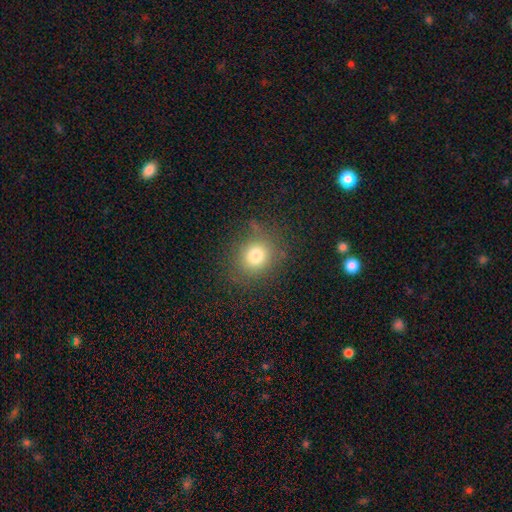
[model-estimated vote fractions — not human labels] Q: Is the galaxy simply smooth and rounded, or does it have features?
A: smooth — 77%.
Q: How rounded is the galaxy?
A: round — 79%.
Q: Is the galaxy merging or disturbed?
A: none — 79%.